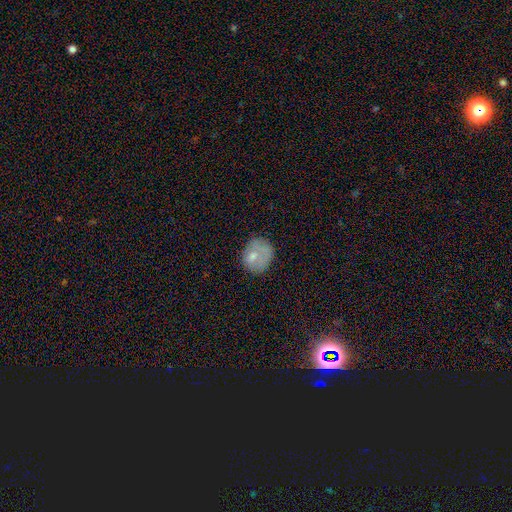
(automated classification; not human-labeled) Q: Smooth or featured?
A: smooth (67%); runner-up: featured or disk (24%)
Q: How rounded?
A: round (65%); runner-up: in between (34%)
Q: Merging?
A: none (53%); runner-up: minor disturbance (27%)